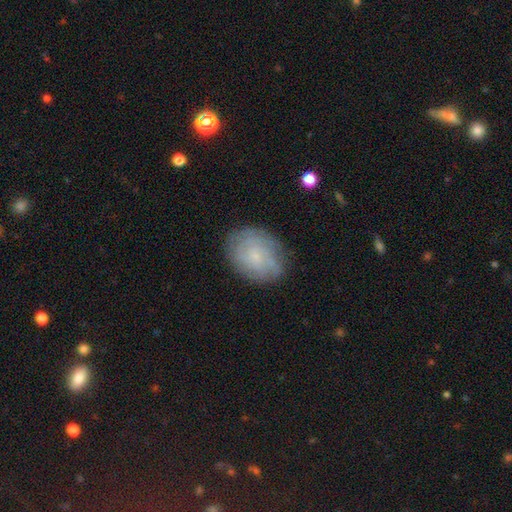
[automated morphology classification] smooth-or-featured: featured or disk: 57% | smooth: 34% | star or artifact: 9%
  disk-edge-on: no: 97% | yes: 3%
    bar: no: 72% | weak: 25% | strong: 3%
    has-spiral-arms: yes: 84% | no: 16%
    bulge-size: small: 76% | moderate: 12% | none: 10% | large: 1% | dominant: 1%
  merging: none: 77% | minor disturbance: 16% | major disturbance: 5% | merger: 1%